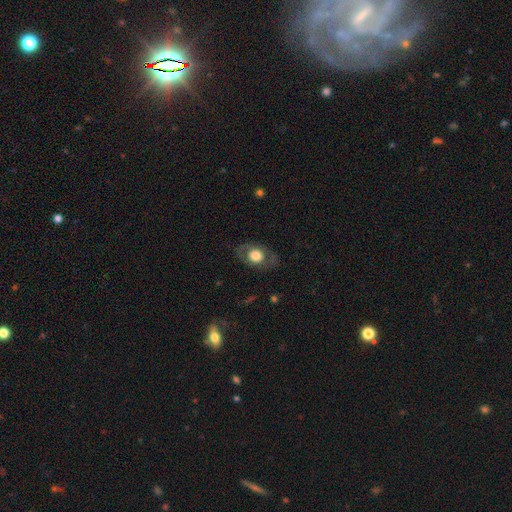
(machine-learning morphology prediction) Smooth or featured?
  - smooth: 53% *
  - featured or disk: 41%
  - star or artifact: 6%
How rounded?
  - in between: 65% *
  - round: 33%
  - cigar-shaped: 2%
Merging?
  - none: 77% *
  - minor disturbance: 14%
  - major disturbance: 7%
  - merger: 1%